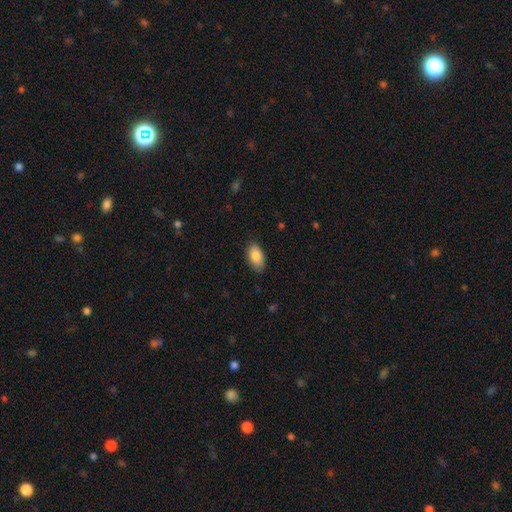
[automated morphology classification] This is clearly a smooth galaxy (85%). How rounded: clearly in between (93%). Merging: clearly none (84%).